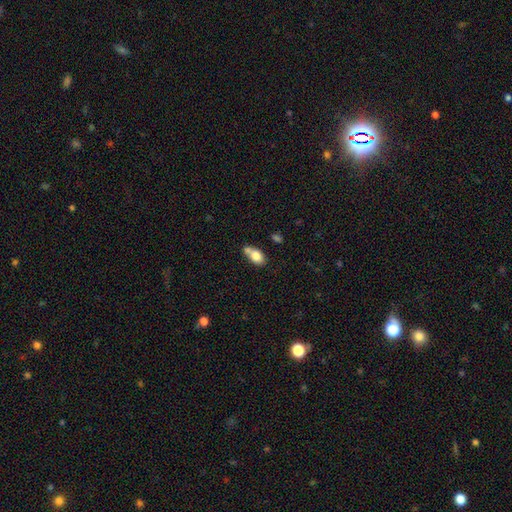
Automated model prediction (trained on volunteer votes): The model was most divided on "merging": merger: 42%, none: 38%, minor disturbance: 14%, major disturbance: 5%. More confident: how rounded — in between (82%); smooth or featured — smooth (78%).